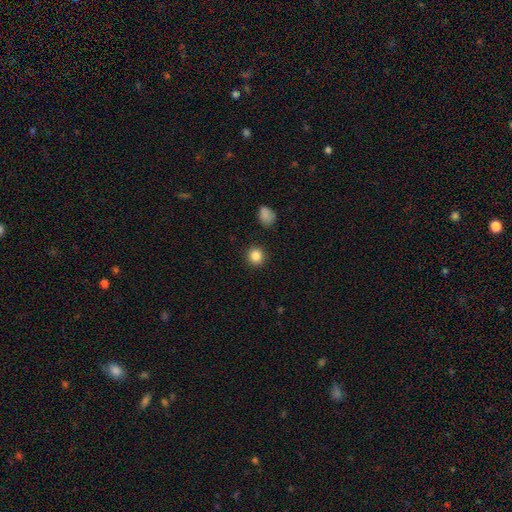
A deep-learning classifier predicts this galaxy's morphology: This appears to be a smooth galaxy with no disk features (86%) that is round (90%). Merging: none (91%).